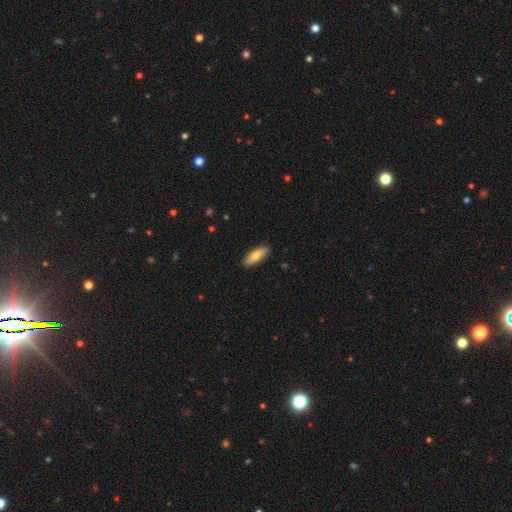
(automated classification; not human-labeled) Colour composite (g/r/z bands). It shows a smooth galaxy with no disk features (74%) that is in between round and cigar-shaped (59%). Merging: none (89%).